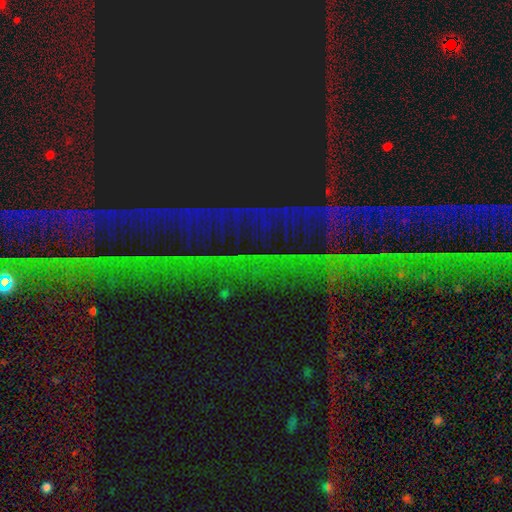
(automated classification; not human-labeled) A star or artifact, not a galaxy (88%).

Vote fractions:
- Smooth or featured? star or artifact: 88% / featured or disk: 7% / smooth: 5%